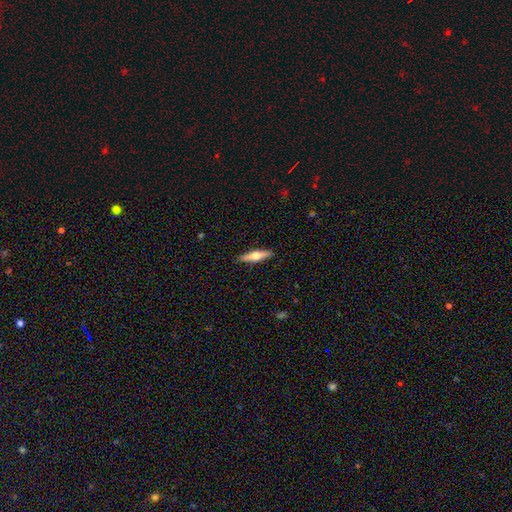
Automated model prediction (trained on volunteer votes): A featured or disk galaxy (50%) viewed edge-on (94%).

Vote fractions:
- Smooth or featured? featured or disk: 50% / smooth: 44% / star or artifact: 6%
- Edge-on disk? yes: 94% / no: 6%
- Merging? none: 90% / minor disturbance: 8% / major disturbance: 2% / merger: 1%